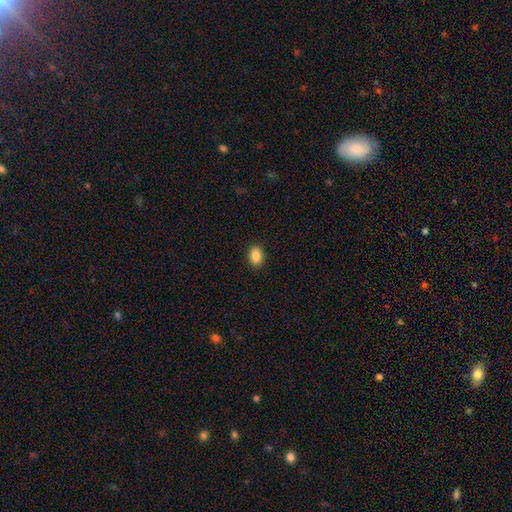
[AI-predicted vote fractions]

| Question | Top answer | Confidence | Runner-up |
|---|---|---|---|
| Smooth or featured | smooth | 87% | star or artifact (9%) |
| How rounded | in between | 79% | round (20%) |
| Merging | none | 91% | minor disturbance (7%) |